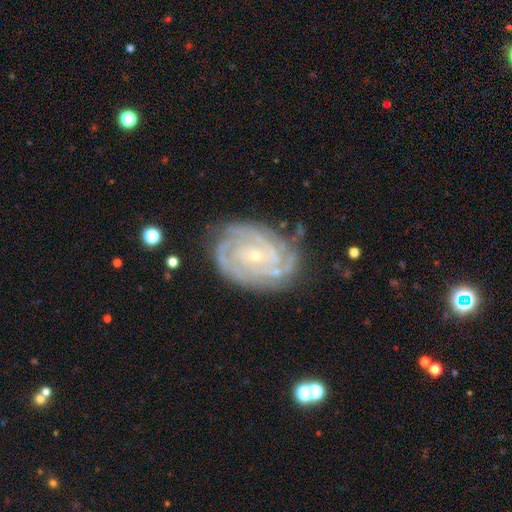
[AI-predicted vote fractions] Overall: featured or disk (88%). Edge-on disk: no (97%). Bar: no (68%). Spiral arms: yes (97%). Spiral arm count: 3 (26%; 4 22%). Spiral winding: tight (78%). Bulge size: small (81%). Merging: none (74%).